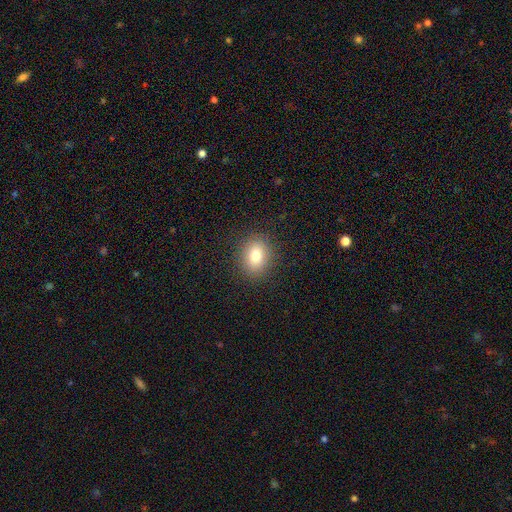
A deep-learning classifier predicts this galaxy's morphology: The model was most divided on "how rounded": in between: 55%, round: 44%, cigar-shaped: 1%. More confident: merging — none (88%); smooth or featured — smooth (78%).